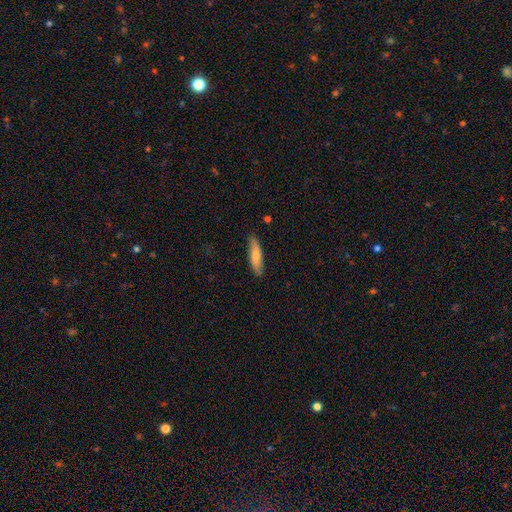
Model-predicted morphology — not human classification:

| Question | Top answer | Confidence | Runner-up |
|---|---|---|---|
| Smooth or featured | smooth | 77% | featured or disk (17%) |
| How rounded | cigar-shaped | 70% | in between (28%) |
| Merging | none | 85% | minor disturbance (11%) |